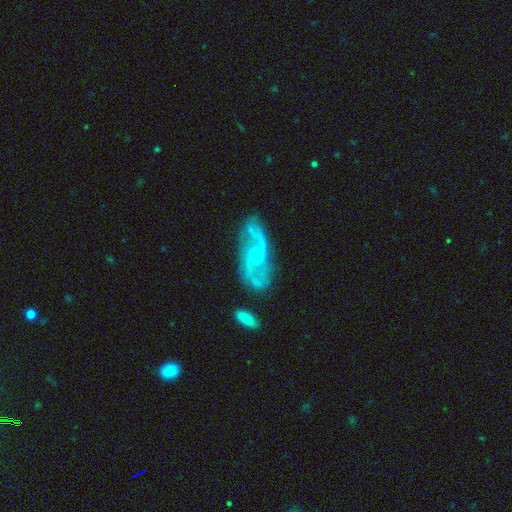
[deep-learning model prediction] A featured or disk galaxy (82%) with no bar (61%), 2 (78%) medium (46%) spiral arms (91%) and a small central bulge (63%).

Vote fractions:
- Smooth or featured? featured or disk: 82% / smooth: 11% / star or artifact: 6%
- Edge-on disk? no: 93% / yes: 7%
- Bar? no: 61% / weak: 33% / strong: 6%
- Spiral arms? yes: 91% / no: 9%
- Spiral winding? medium: 46% / loose: 35% / tight: 19%
- Spiral arm count? 2: 78% / can't tell: 12% / 3: 4% / 1: 2% / 4: 2% / more than 4: 2%
- Bulge size? small: 63% / moderate: 32% / none: 3% / large: 1% / dominant: 1%
- Merging? none: 69% / minor disturbance: 19% / major disturbance: 7% / merger: 4%